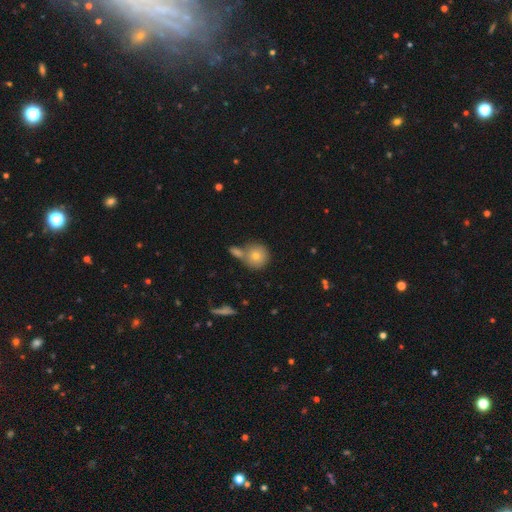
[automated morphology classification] This appears to be a smooth galaxy with no disk features (72%) that is round (91%). Merging: none (62%).